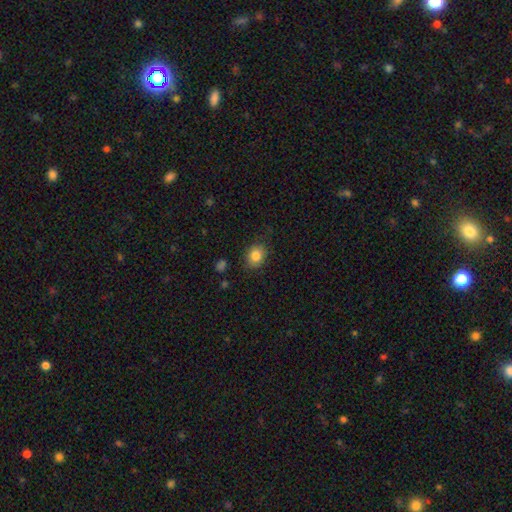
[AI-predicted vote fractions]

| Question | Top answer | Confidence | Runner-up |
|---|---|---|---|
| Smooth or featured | smooth | 83% | star or artifact (10%) |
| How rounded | round | 53% | in between (46%) |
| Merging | none | 82% | minor disturbance (13%) |